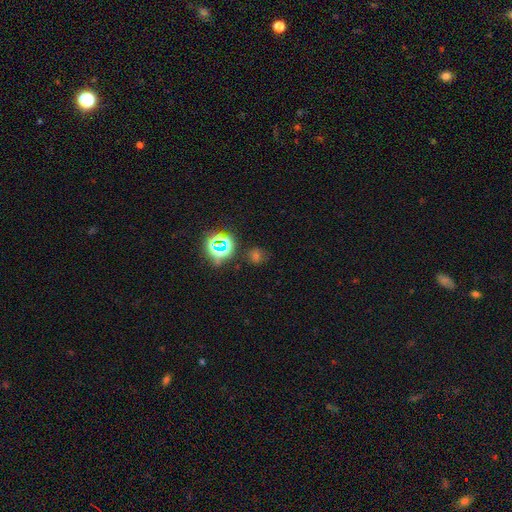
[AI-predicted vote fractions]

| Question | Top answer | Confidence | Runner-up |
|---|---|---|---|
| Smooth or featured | star or artifact | 55% | smooth (37%) |